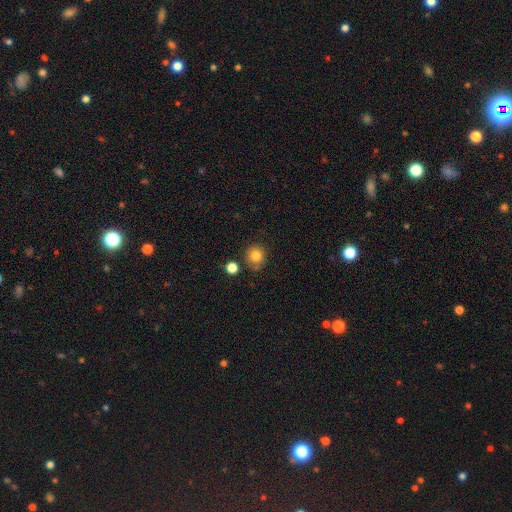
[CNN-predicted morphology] Smooth or featured: smooth — 82% (star or artifact — 11%)
How rounded: round — 88% (in between — 11%)
Merging: none — 75% (minor disturbance — 13%)